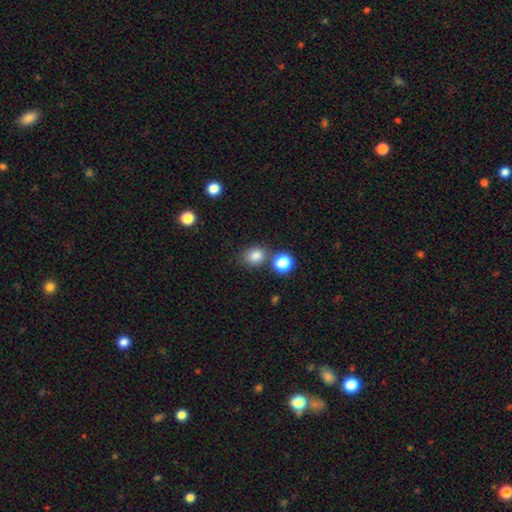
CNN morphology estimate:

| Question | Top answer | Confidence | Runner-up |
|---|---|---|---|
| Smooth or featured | smooth | 82% | star or artifact (13%) |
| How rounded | round | 63% | in between (36%) |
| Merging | none | 69% | merger (14%) |